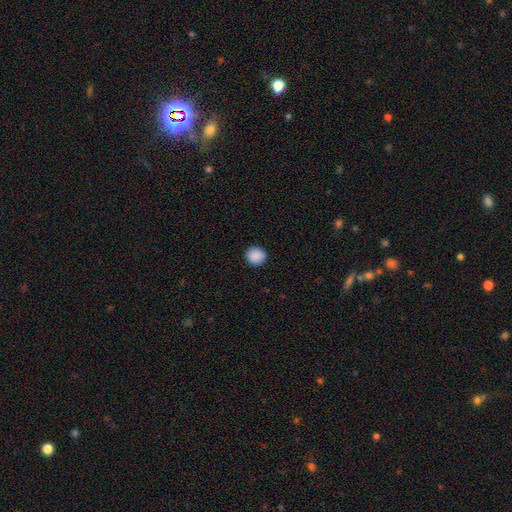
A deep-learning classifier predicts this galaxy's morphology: The model was most divided on "how rounded": round: 88%, in between: 11%, cigar-shaped: 1%. More confident: merging — none (91%); smooth or featured — smooth (89%).